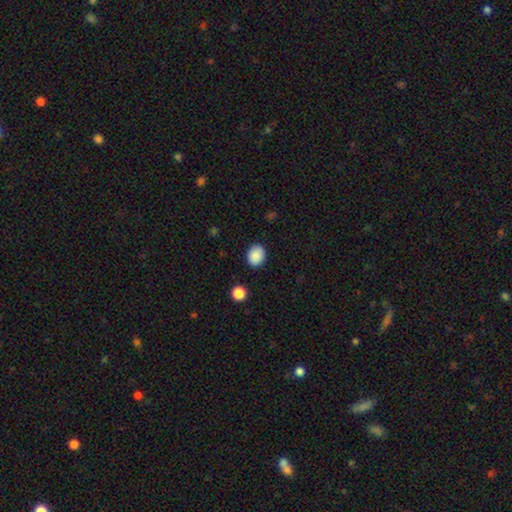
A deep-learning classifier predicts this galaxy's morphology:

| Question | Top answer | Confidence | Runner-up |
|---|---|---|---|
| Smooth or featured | smooth | 88% | star or artifact (8%) |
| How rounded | round | 55% | in between (44%) |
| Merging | none | 87% | minor disturbance (9%) |